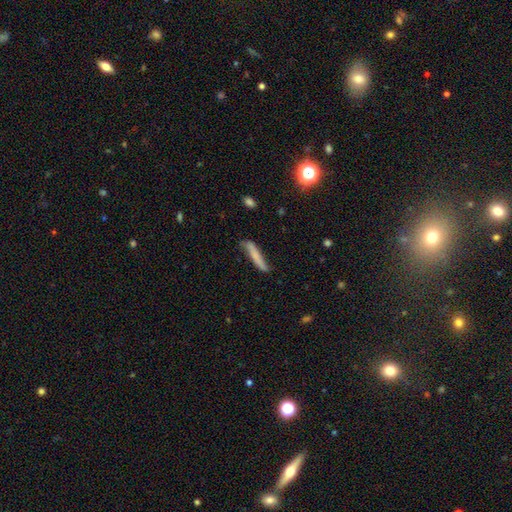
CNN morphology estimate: Q: Smooth or featured?
A: smooth (66%); runner-up: featured or disk (28%)
Q: How rounded?
A: cigar-shaped (91%); runner-up: in between (7%)
Q: Merging?
A: none (63%); runner-up: minor disturbance (27%)